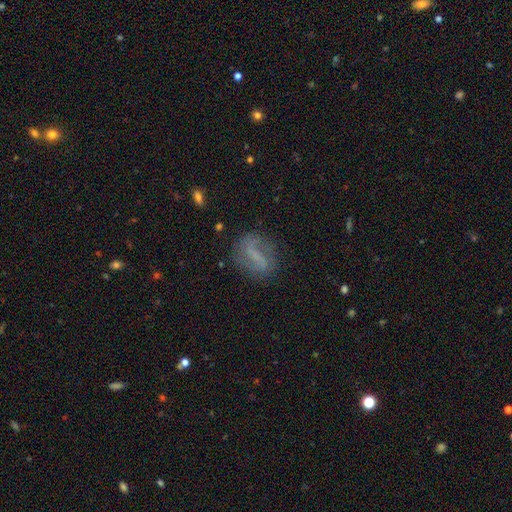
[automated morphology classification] featured or disk 56%, smooth 33%, star or artifact 12%. Down the decision tree: edge-on disk — no (92%); bar — strong (51%); spiral arms — yes (66%); bulge size — none (60%); merging — none (72%).